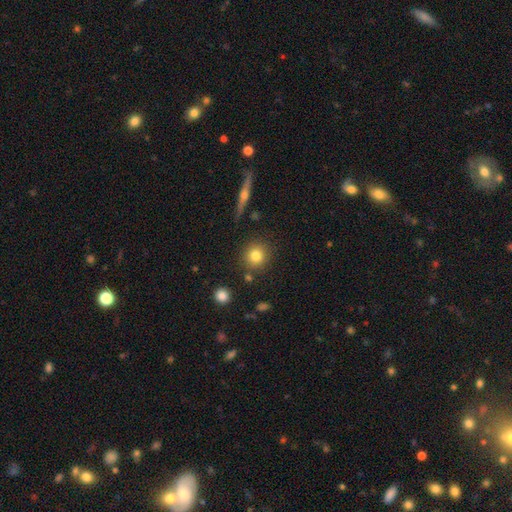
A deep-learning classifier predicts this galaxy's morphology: Overall: smooth (80%). How rounded: round (91%). Merging: none (84%).